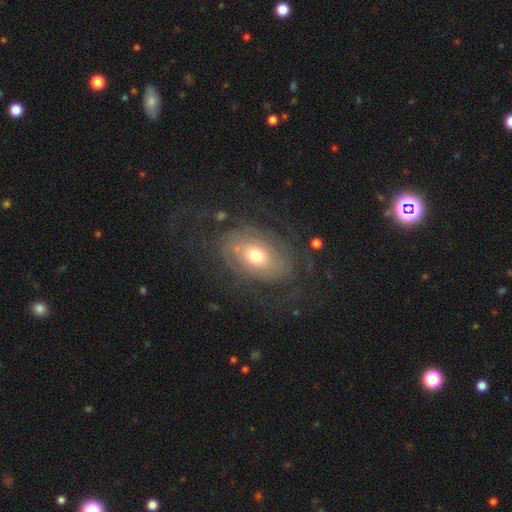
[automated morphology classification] smooth-or-featured: featured or disk: 63% | smooth: 29% | star or artifact: 8%
  disk-edge-on: no: 95% | yes: 5%
    bar: no: 83% | weak: 13% | strong: 4%
    has-spiral-arms: yes: 65% | no: 35%
    bulge-size: moderate: 68% | small: 18% | large: 11% | dominant: 2% | none: 1%
  merging: none: 62% | major disturbance: 18% | minor disturbance: 17% | merger: 2%